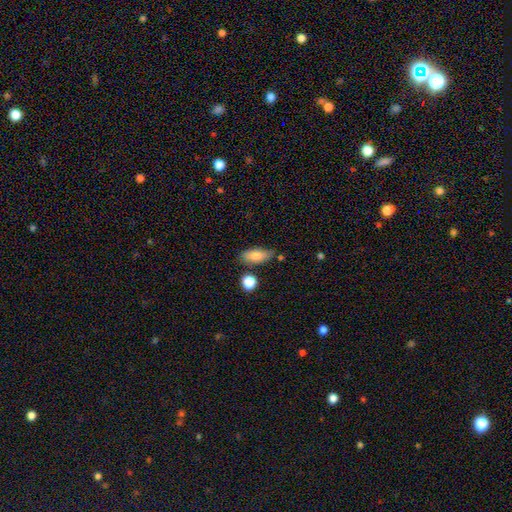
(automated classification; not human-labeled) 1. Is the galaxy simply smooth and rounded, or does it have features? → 80% smooth, 12% featured or disk, 7% star or artifact.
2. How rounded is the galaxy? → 79% in between, 17% cigar-shaped, 4% round.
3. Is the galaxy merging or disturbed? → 71% none, 18% minor disturbance, 6% merger, 4% major disturbance.